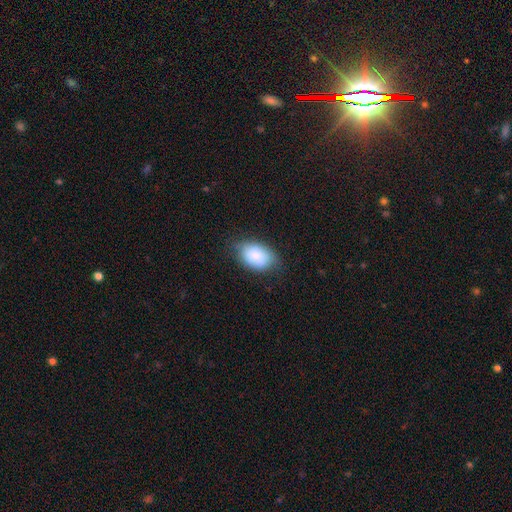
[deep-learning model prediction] Smooth or featured: smooth — 84% (featured or disk — 9%)
How rounded: in between — 88% (round — 11%)
Merging: none — 71% (minor disturbance — 23%)